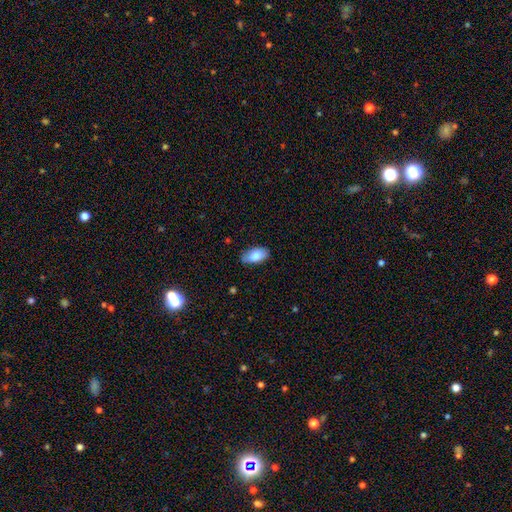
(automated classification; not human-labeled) Smooth or featured? Predicted: smooth (p=0.84). How rounded? Predicted: in between (p=0.93). Merging? Predicted: none (p=0.79).